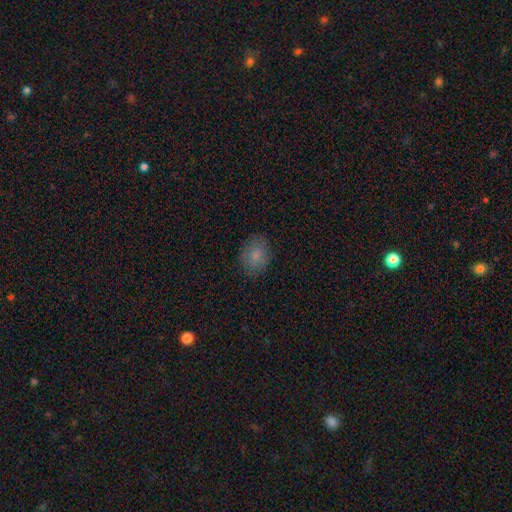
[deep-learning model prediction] smooth 80%, featured or disk 11%, star or artifact 9%. Down the decision tree: how rounded — in between (69%); merging — none (82%).